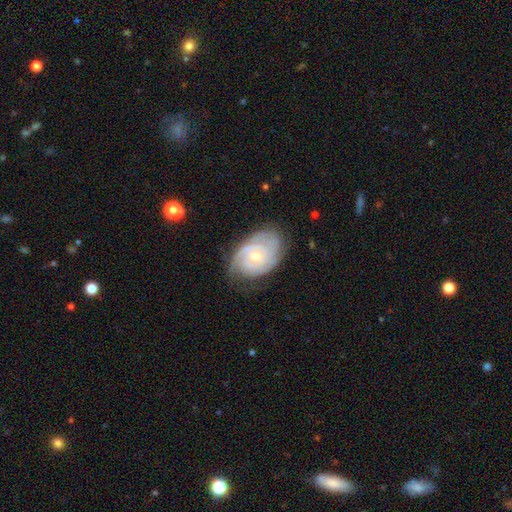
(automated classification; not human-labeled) The model was most divided on "bulge size": moderate: 49%, small: 48%, large: 2%, none: 1%, dominant: 1%. Remaining: edge-on disk — no (96%); spiral arms — yes (93%); smooth or featured — featured or disk (81%); bar — no (76%); spiral winding — tight (75%); merging — none (69%); spiral arm count — can't tell (38%).